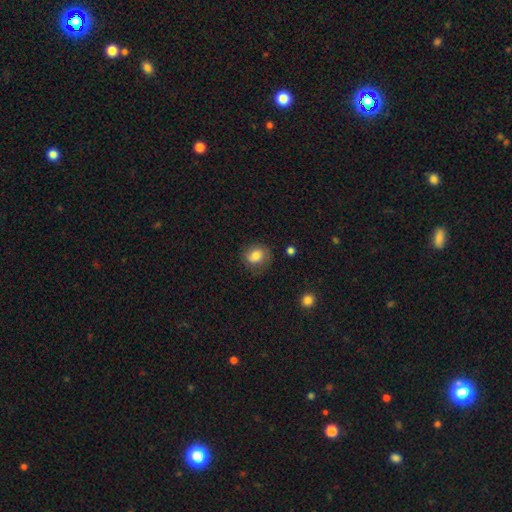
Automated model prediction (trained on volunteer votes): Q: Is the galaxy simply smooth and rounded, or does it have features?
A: smooth — 78%.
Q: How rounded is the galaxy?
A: round — 66%.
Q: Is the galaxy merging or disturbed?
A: none — 68%.